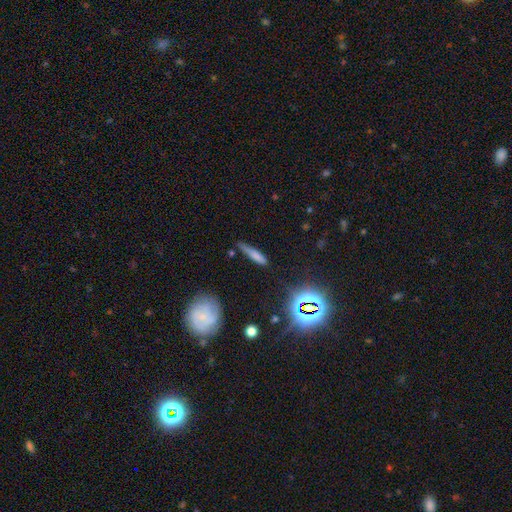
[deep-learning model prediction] Morphology: type=smooth (68%); roundness=cigar-shaped (83%); merging=none (60%).